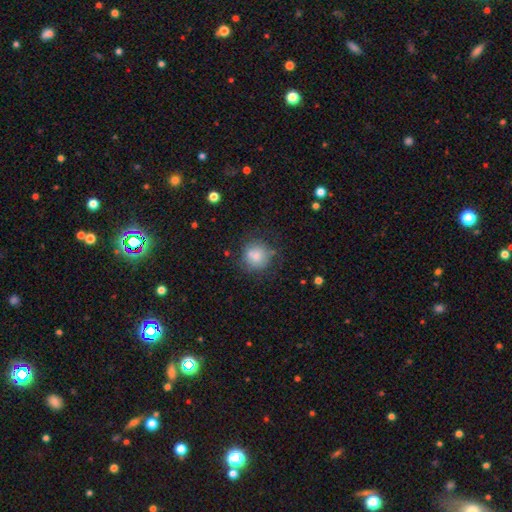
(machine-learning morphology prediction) smooth-or-featured: smooth: 74% | featured or disk: 16% | star or artifact: 10%
  how-rounded: round: 90% | in between: 9% | cigar-shaped: 1%
  merging: none: 65% | minor disturbance: 19% | major disturbance: 8% | merger: 8%